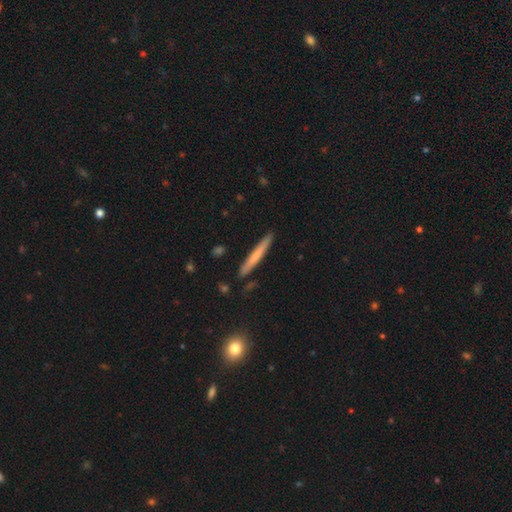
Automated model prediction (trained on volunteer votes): The model was most divided on "smooth or featured": smooth: 63%, featured or disk: 32%, star or artifact: 6%. More confident: how rounded — cigar-shaped (96%); merging — none (89%).